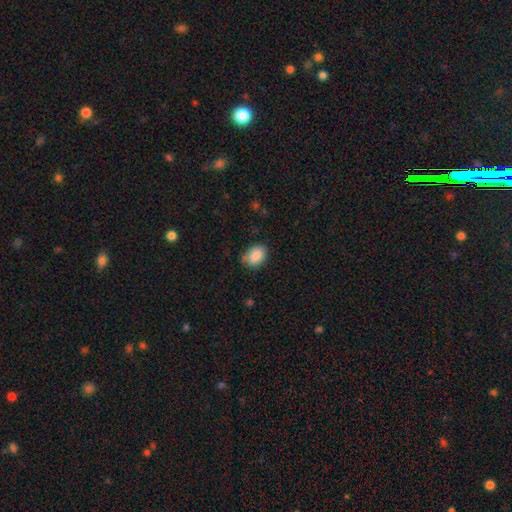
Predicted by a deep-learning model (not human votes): Overall: smooth (87%). How rounded: in between (74%). Merging: none (74%).